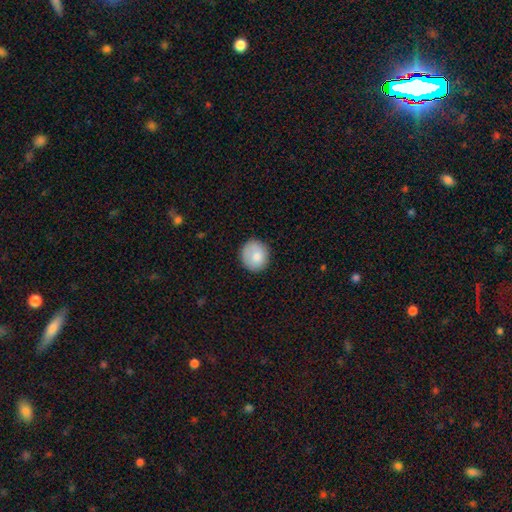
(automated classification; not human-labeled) Overall: smooth (81%). How rounded: round (86%). Merging: none (82%).